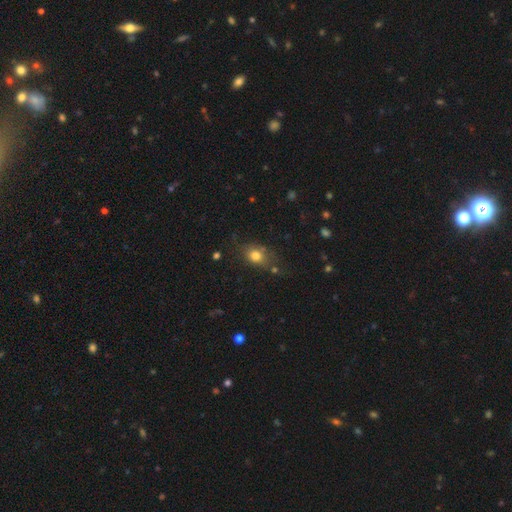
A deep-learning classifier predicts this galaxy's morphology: The model was most divided on "how rounded": in between: 56%, round: 42%, cigar-shaped: 2%. More confident: smooth or featured — smooth (78%); merging — none (66%).